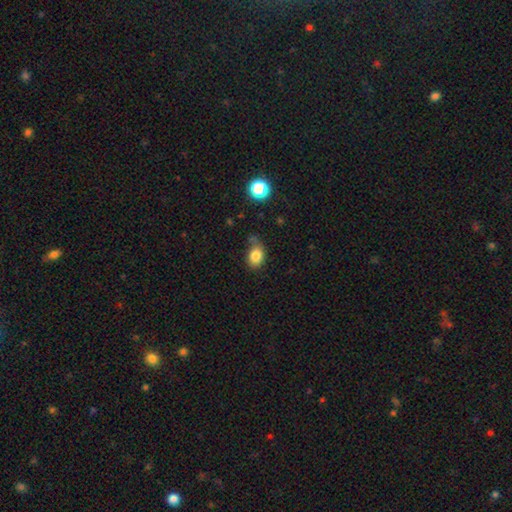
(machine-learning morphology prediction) A smooth galaxy with no disk features (83%) that is in between round and cigar-shaped (63%). Merging: none (58%).